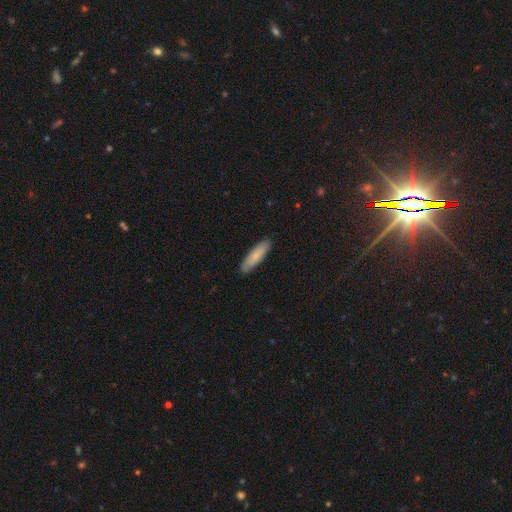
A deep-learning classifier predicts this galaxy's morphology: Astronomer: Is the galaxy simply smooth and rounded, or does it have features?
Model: smooth — 80%.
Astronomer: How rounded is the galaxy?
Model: cigar-shaped — 69%.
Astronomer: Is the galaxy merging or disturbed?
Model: none — 89%.